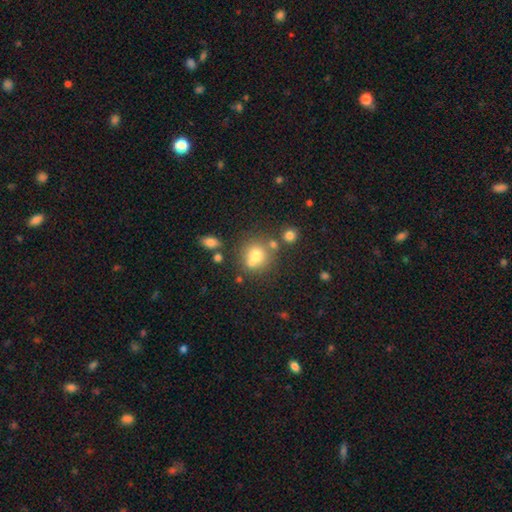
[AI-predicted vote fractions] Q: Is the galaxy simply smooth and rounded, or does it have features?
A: smooth — 71%.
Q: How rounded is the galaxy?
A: round — 84%.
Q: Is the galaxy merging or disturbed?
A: none — 54%.